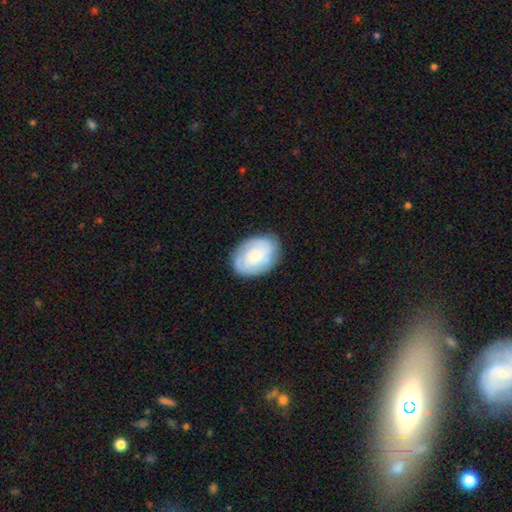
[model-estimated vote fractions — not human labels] This is possibly a featured or disk galaxy (47%, tied with smooth). Merging: likely none (79%).